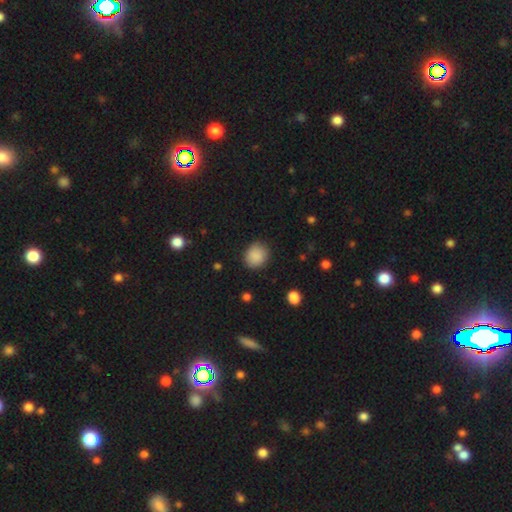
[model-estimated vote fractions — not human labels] A smooth galaxy with no disk features (88%) that is round (70%).

Vote fractions:
- Smooth or featured? smooth: 88% / star or artifact: 8% / featured or disk: 4%
- How rounded? round: 70% / in between: 29% / cigar-shaped: 1%
- Merging? none: 84% / minor disturbance: 12% / major disturbance: 3% / merger: 1%